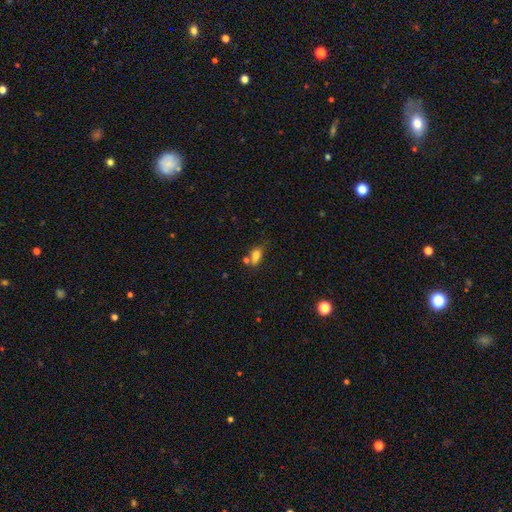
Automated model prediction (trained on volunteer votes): Smooth or featured? Predicted: smooth (p=0.78). How rounded? Predicted: in between (p=0.81). Merging? Predicted: none (p=0.46).